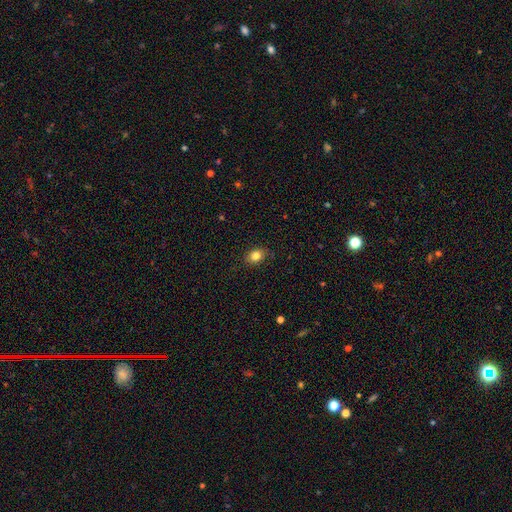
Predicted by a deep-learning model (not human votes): This is clearly a smooth galaxy (83%). How rounded: likely in between (61%). Merging: clearly none (85%).